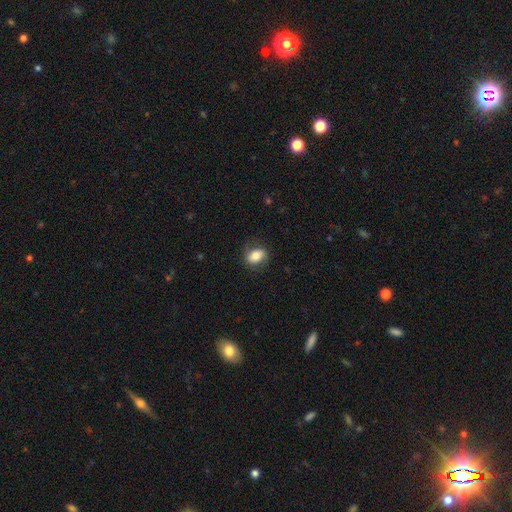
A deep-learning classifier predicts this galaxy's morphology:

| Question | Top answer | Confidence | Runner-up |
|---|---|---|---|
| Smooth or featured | smooth | 72% | featured or disk (20%) |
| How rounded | in between | 74% | round (24%) |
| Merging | none | 74% | minor disturbance (18%) |